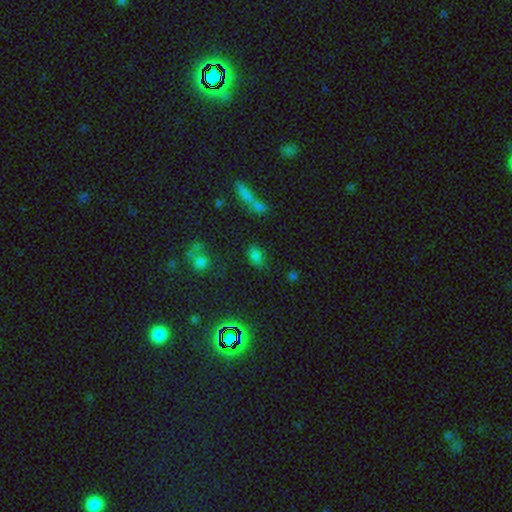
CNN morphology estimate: smooth 70%, star or artifact 22%, featured or disk 8%. Down the decision tree: how rounded — in between (81%); merging — none (67%).